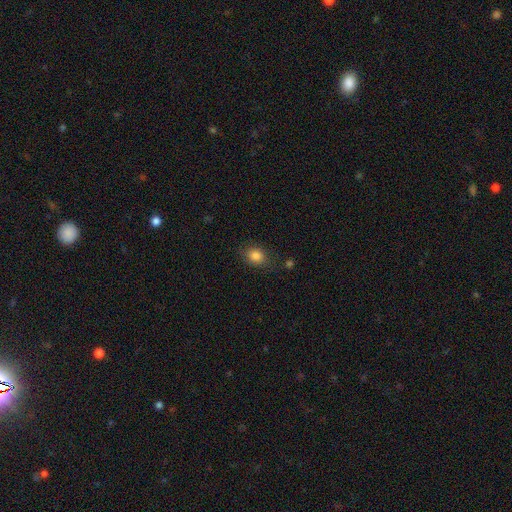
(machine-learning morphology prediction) This appears to be a smooth galaxy with no disk features (84%) that is in between round and cigar-shaped (56%). Merging: none (77%).